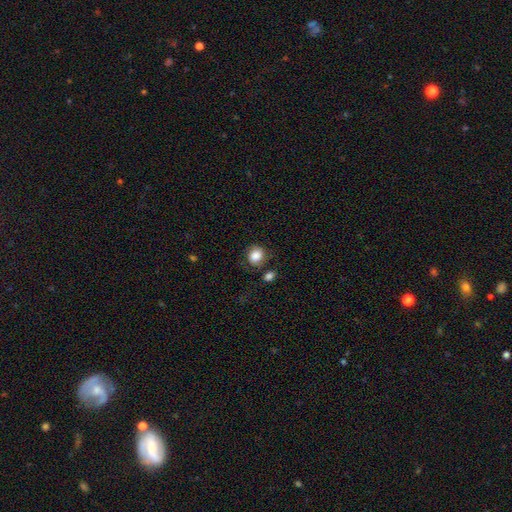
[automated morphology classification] type=smooth (83%); roundness=round (71%); merging=none (66%).